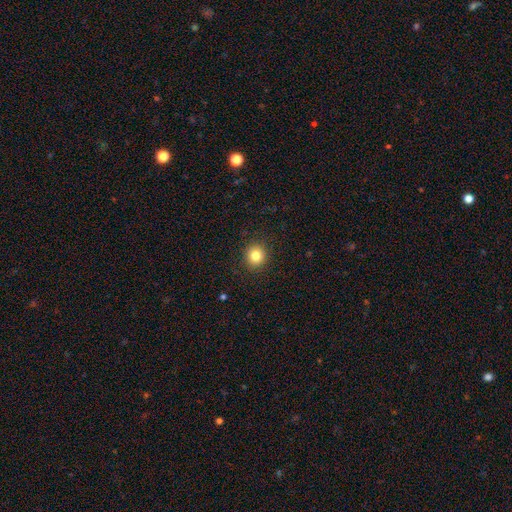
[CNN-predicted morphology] type=smooth (82%); roundness=round (91%); merging=none (92%).